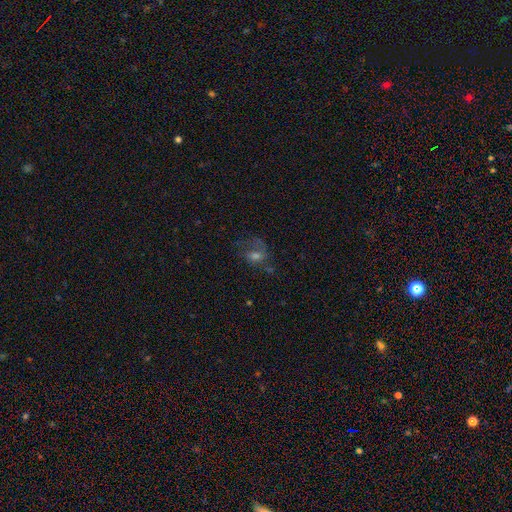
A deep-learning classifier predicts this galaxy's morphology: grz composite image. It shows a featured or disk galaxy (45%). Merging: none (51%).